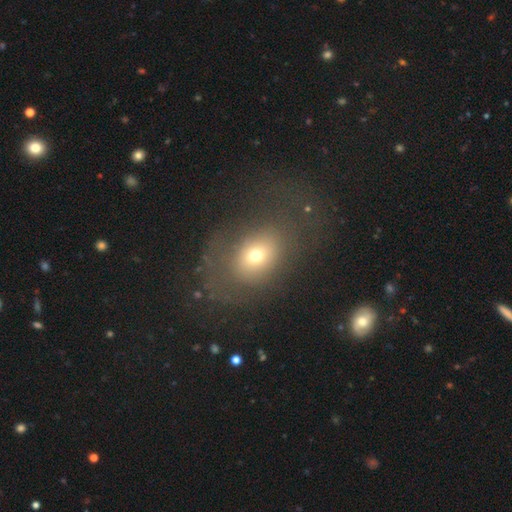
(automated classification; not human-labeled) Smooth or featured? smooth (64%)
How rounded? in between (57%)
Merging? none (52%)